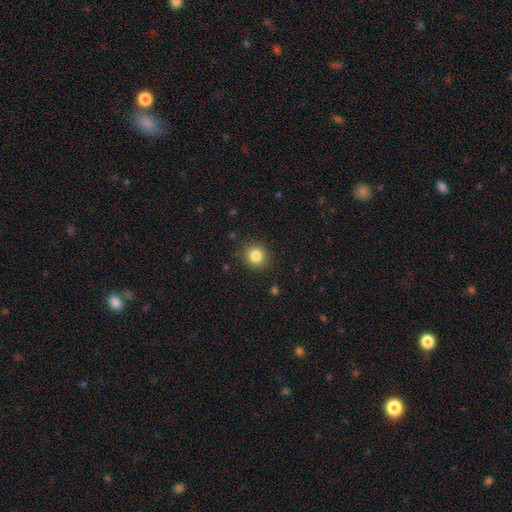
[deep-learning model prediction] Morphology: type=smooth (84%); roundness=round (88%); merging=none (89%).